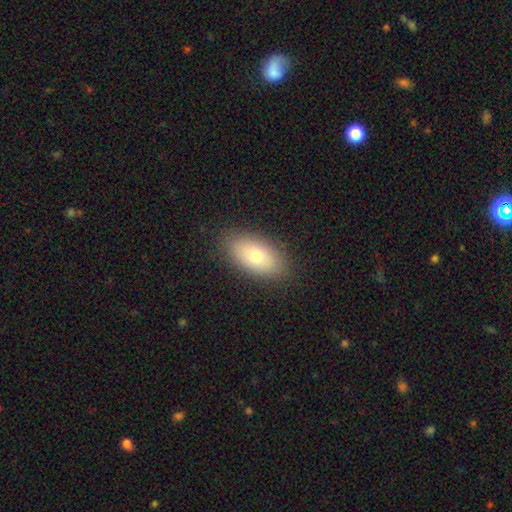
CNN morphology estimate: This appears to be a smooth galaxy with no disk features (75%) that is in between round and cigar-shaped (92%). Merging: none (87%).